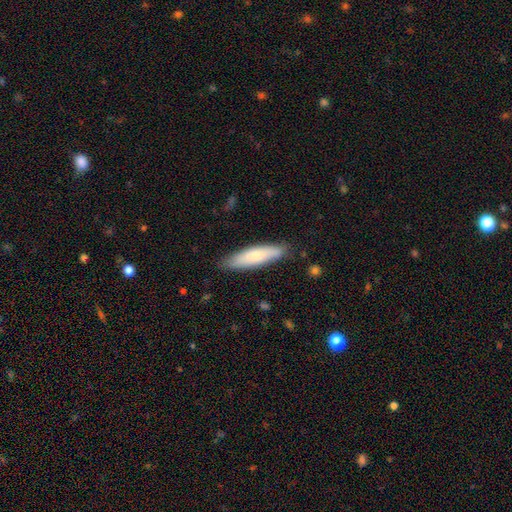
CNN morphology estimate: smooth 74%, featured or disk 20%, star or artifact 5%. Down the decision tree: how rounded — cigar-shaped (70%); merging — none (84%).